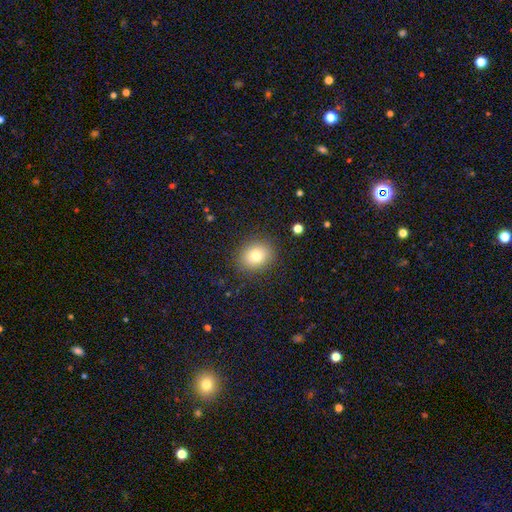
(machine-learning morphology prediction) smooth 79%, star or artifact 11%, featured or disk 10%. Down the decision tree: how rounded — round (67%); merging — none (88%).